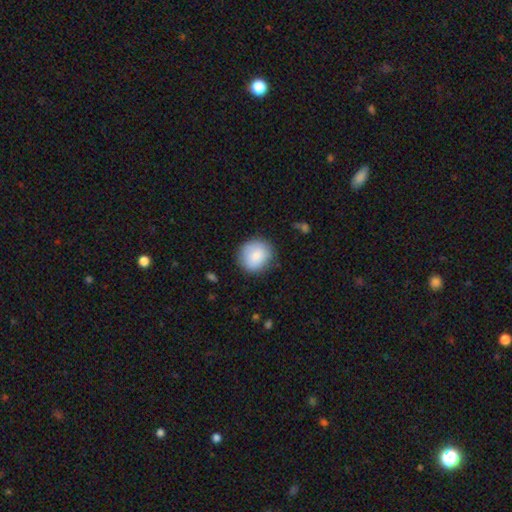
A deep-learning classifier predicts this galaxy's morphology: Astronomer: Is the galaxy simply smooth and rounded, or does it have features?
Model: smooth — 85%.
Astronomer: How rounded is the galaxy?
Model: round — 86%.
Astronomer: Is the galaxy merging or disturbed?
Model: none — 82%.